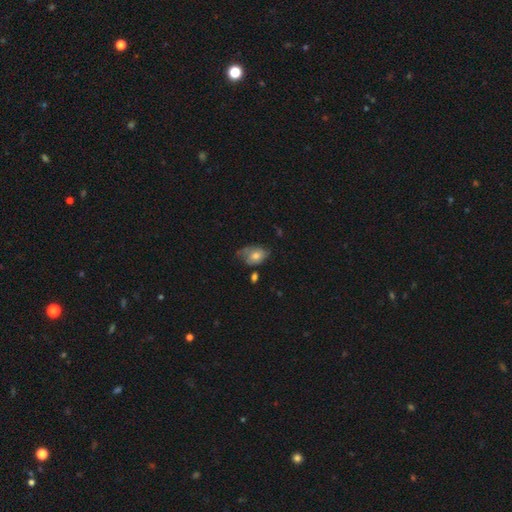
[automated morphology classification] This is likely a smooth galaxy (61%). How rounded: likely in between (79%). Merging: marginally minor disturbance (37%).